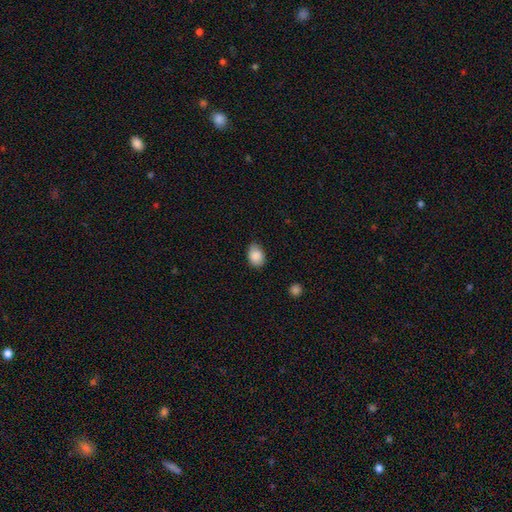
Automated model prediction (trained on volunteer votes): Morphology: type=smooth (88%); roundness=in between (75%); merging=none (70%).